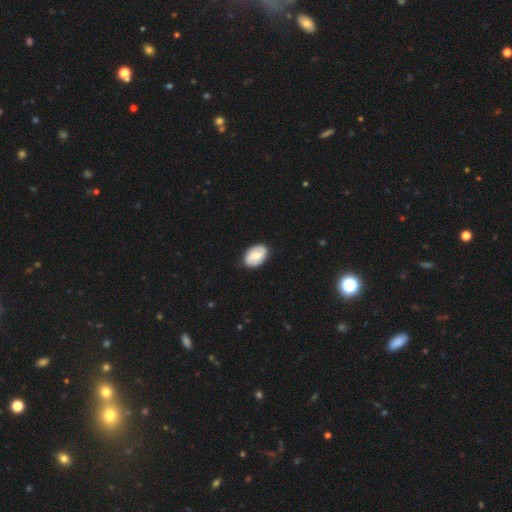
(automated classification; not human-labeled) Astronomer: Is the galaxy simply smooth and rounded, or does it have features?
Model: smooth — 52% (runner-up: featured or disk, 42%).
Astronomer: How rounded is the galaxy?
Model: in between — 86%.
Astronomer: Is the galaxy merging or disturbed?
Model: none — 87%.